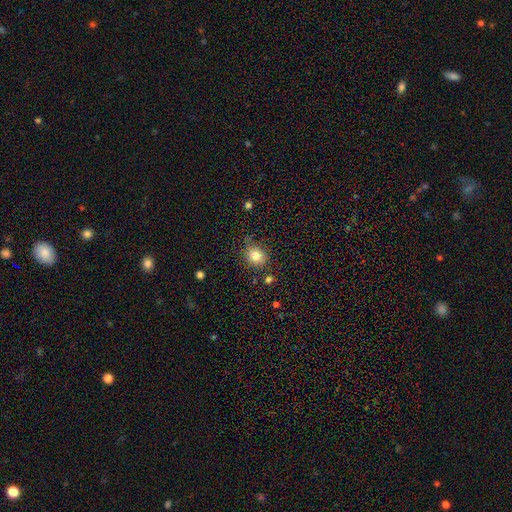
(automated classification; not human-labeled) smooth 80%, star or artifact 12%, featured or disk 8%. Down the decision tree: how rounded — round (74%); merging — none (76%).